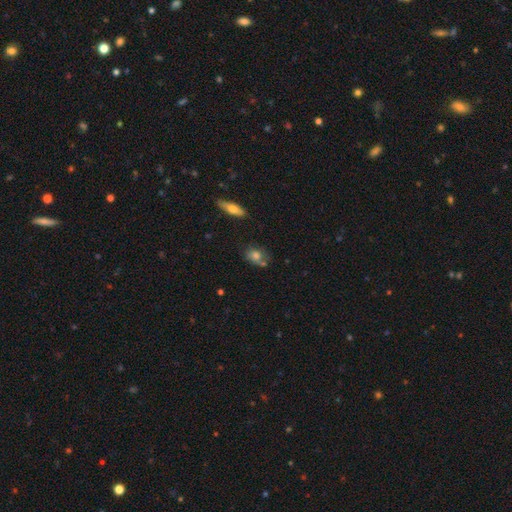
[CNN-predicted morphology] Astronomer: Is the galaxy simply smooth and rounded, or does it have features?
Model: smooth — 71%.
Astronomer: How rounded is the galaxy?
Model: in between — 64%.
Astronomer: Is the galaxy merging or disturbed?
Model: none — 54%.